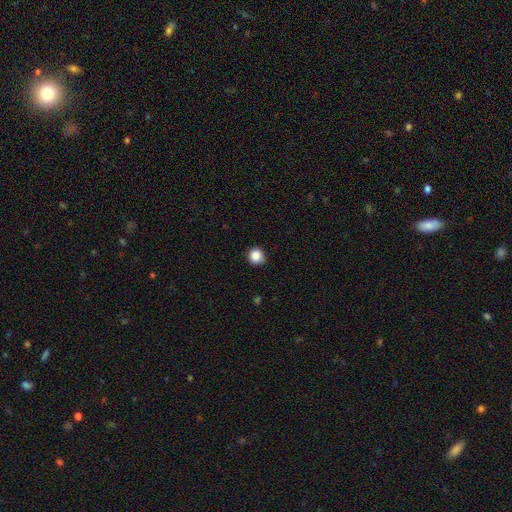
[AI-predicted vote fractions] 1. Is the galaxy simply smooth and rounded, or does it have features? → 86% smooth, 10% star or artifact, 3% featured or disk.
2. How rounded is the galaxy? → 93% round, 6% in between, 1% cigar-shaped.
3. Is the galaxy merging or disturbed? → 87% none, 10% minor disturbance, 2% major disturbance, 1% merger.